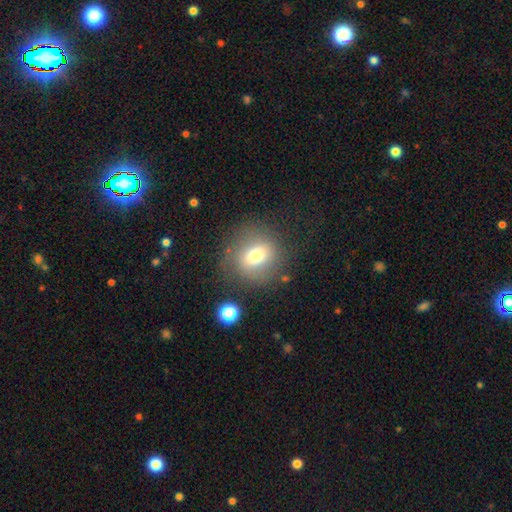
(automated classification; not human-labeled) Smooth or featured?
  - smooth: 69% *
  - featured or disk: 18%
  - star or artifact: 13%
How rounded?
  - round: 77% *
  - in between: 22%
  - cigar-shaped: 1%
Merging?
  - none: 73% *
  - minor disturbance: 15%
  - major disturbance: 8%
  - merger: 4%